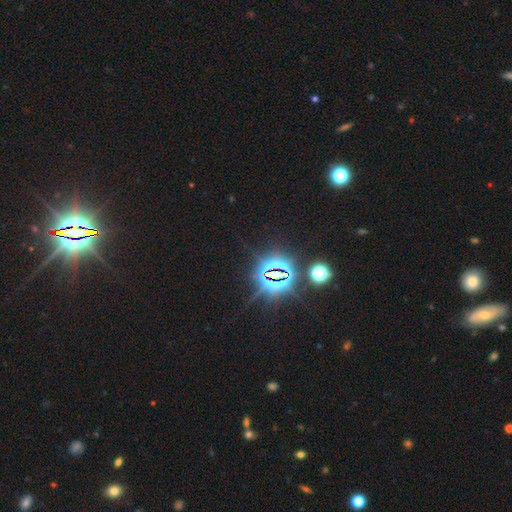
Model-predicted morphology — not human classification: The model was most divided on "smooth or featured": star or artifact: 84%, smooth: 9%, featured or disk: 7%.